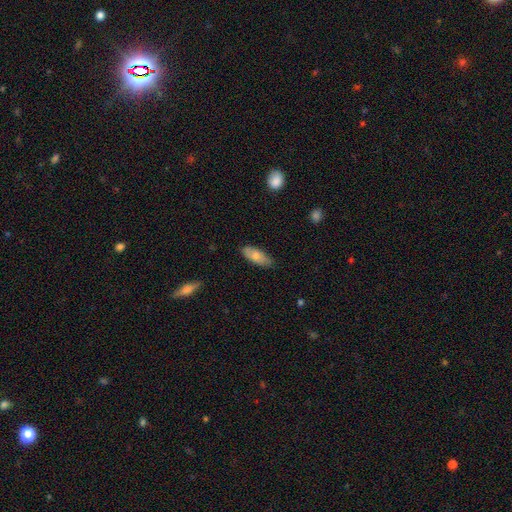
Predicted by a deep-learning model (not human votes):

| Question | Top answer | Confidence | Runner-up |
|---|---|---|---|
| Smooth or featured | smooth | 74% | featured or disk (20%) |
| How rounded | in between | 80% | cigar-shaped (18%) |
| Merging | none | 79% | minor disturbance (17%) |